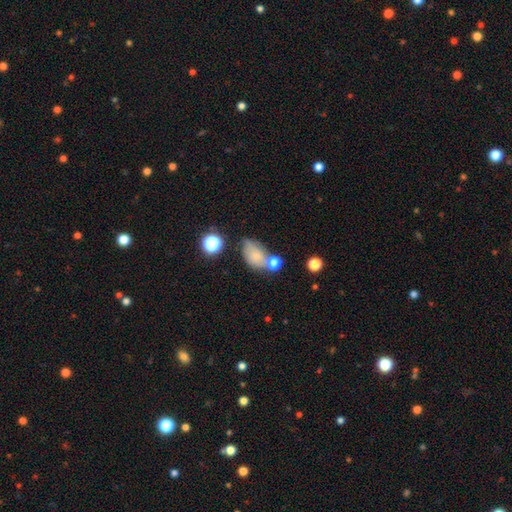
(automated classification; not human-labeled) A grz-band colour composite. It shows a smooth galaxy with no disk features (68%) that is in between round and cigar-shaped (81%). Merging: none (39%).